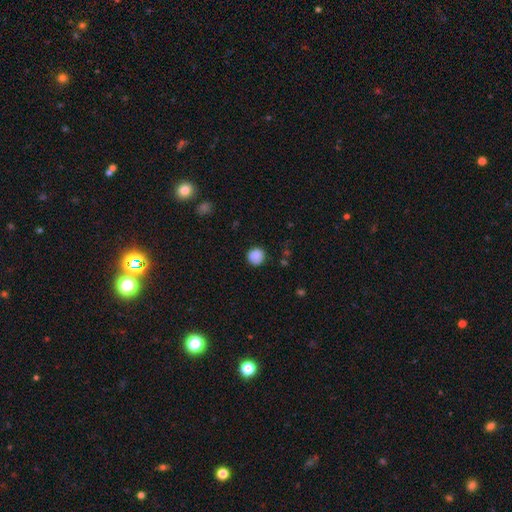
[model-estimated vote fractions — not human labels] Smooth or featured?
  - smooth: 87% *
  - star or artifact: 9%
  - featured or disk: 4%
How rounded?
  - round: 93% *
  - in between: 7%
  - cigar-shaped: 1%
Merging?
  - none: 84% *
  - minor disturbance: 12%
  - major disturbance: 3%
  - merger: 2%